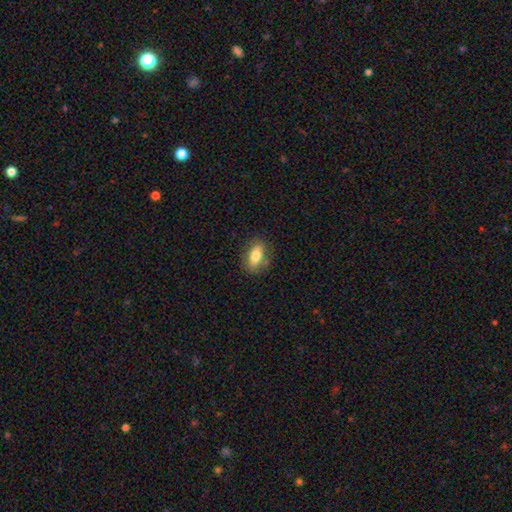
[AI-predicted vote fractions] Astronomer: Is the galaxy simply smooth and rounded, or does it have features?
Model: smooth — 73%.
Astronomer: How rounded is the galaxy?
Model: in between — 84%.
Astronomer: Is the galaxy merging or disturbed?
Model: none — 79%.